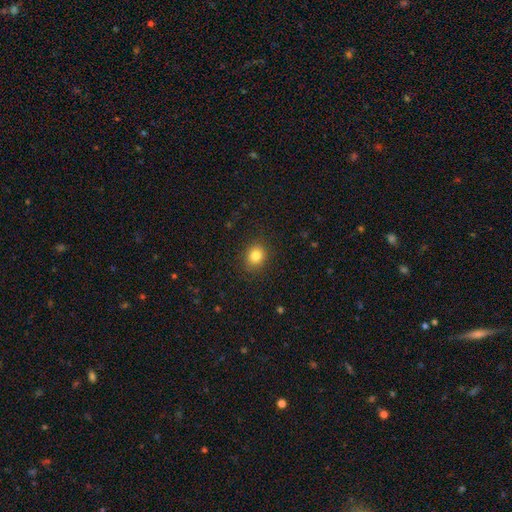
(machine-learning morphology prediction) Smooth or featured? Predicted: smooth (p=0.83). How rounded? Predicted: round (p=0.67). Merging? Predicted: none (p=0.88).